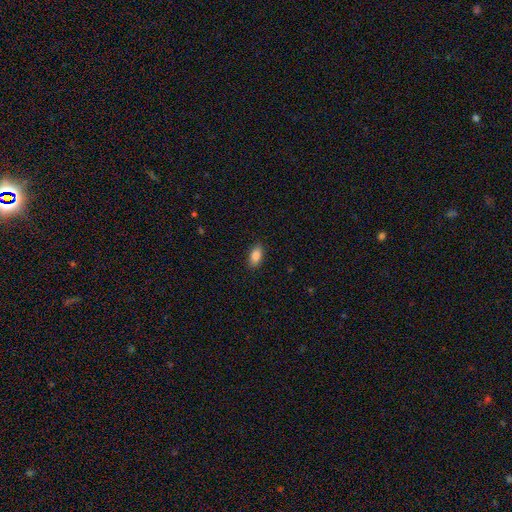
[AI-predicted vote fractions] Smooth or featured? Predicted: smooth (p=0.86). How rounded? Predicted: in between (p=0.91). Merging? Predicted: none (p=0.89).